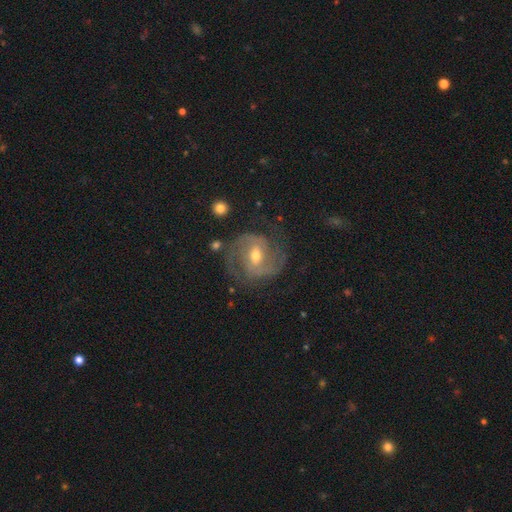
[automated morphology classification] Smooth or featured: featured or disk — 88% (smooth — 6%)
Edge-on disk: no — 98% (yes — 2%)
Bar: weak — 51% (strong — 25%)
Spiral arms: yes — 97% (no — 3%)
Spiral winding: medium — 51% (tight — 36%)
Spiral arm count: 2 — 76% (3 — 9%)
Bulge size: moderate — 63% (small — 33%)
Merging: none — 72% (minor disturbance — 17%)